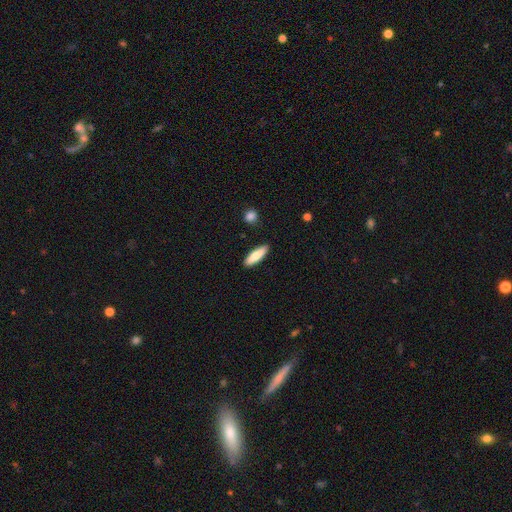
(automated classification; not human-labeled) Q: Smooth or featured?
A: smooth (80%); runner-up: featured or disk (14%)
Q: How rounded?
A: cigar-shaped (57%); runner-up: in between (41%)
Q: Merging?
A: none (88%); runner-up: minor disturbance (9%)